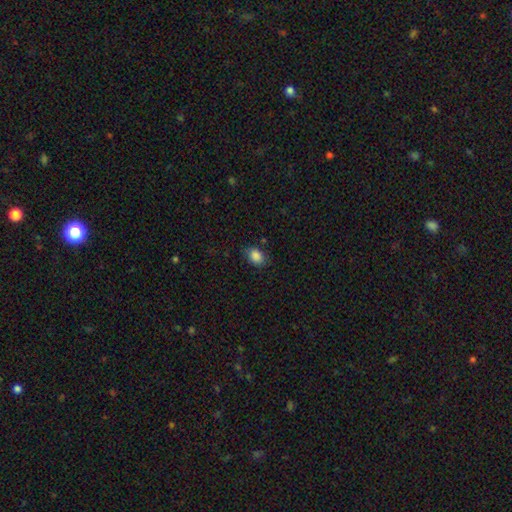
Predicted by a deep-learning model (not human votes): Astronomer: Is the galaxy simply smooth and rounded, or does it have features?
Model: smooth — 87%.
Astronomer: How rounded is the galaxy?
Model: in between — 74%.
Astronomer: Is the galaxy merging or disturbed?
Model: none — 78%.